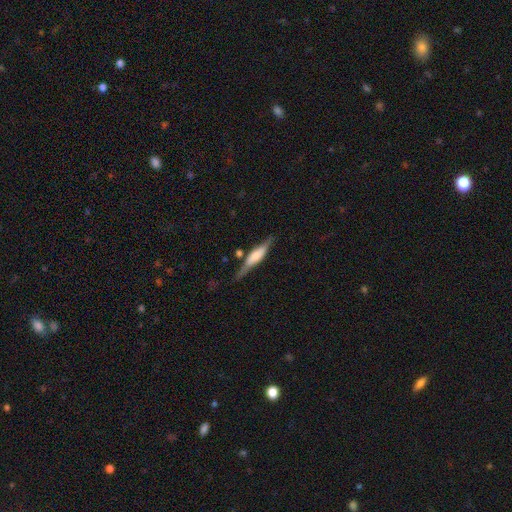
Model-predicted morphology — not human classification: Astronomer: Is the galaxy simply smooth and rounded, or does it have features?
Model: featured or disk — 59% (runner-up: smooth, 35%).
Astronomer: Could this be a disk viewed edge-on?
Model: yes — 94%.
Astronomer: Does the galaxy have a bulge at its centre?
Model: rounded — 52% (runner-up: boxy, 40%).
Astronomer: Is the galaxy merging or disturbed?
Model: none — 70%.